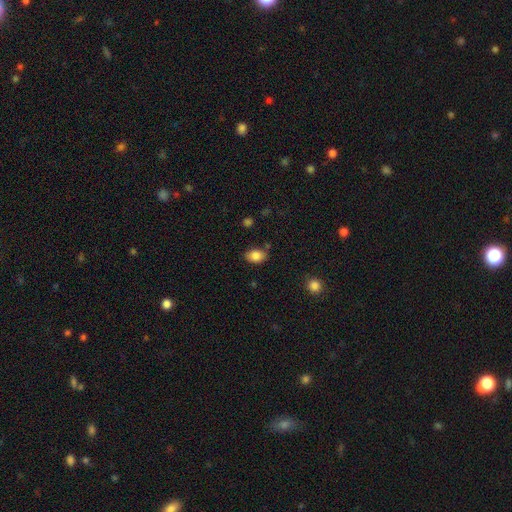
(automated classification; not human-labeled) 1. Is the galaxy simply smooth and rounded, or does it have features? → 86% smooth, 8% star or artifact, 6% featured or disk.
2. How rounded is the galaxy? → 81% in between, 17% round, 1% cigar-shaped.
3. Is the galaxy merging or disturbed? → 78% none, 15% minor disturbance, 4% merger, 3% major disturbance.